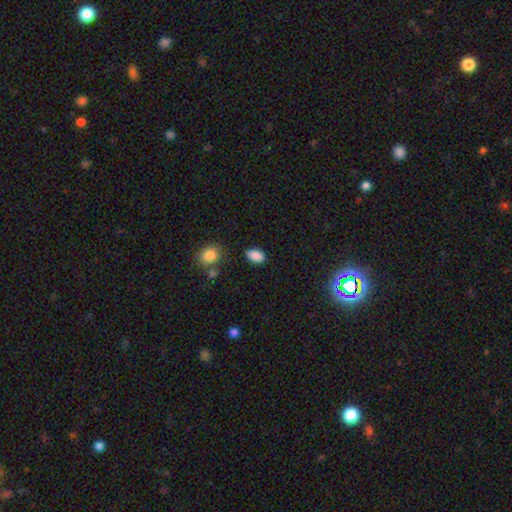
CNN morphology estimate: smooth_or_featured: smooth (p=0.88) [alt: star or artifact p=0.08]
how_rounded: in between (p=0.90) [alt: round p=0.09]
merging: none (p=0.82) [alt: minor disturbance p=0.12]